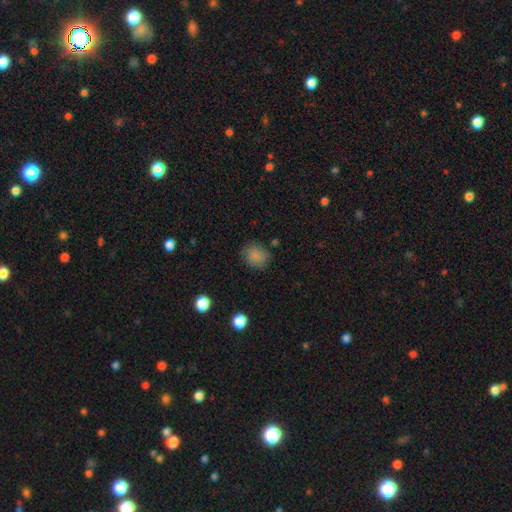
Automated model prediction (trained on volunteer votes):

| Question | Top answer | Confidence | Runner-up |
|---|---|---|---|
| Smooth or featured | smooth | 81% | star or artifact (11%) |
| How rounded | round | 74% | in between (25%) |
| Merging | none | 73% | minor disturbance (19%) |